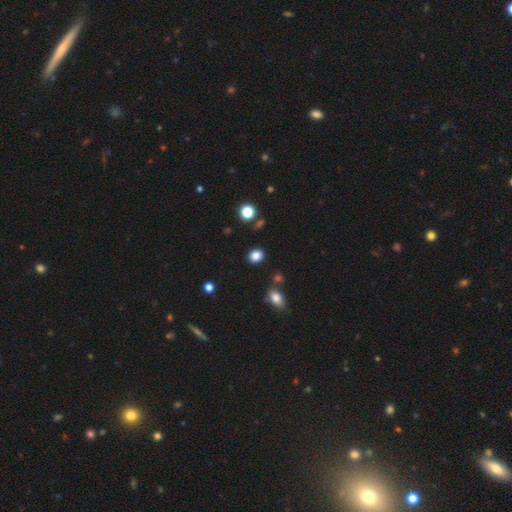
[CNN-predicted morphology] Smooth or featured? Predicted: smooth (p=0.85). How rounded? Predicted: round (p=0.59). Merging? Predicted: none (p=0.87).